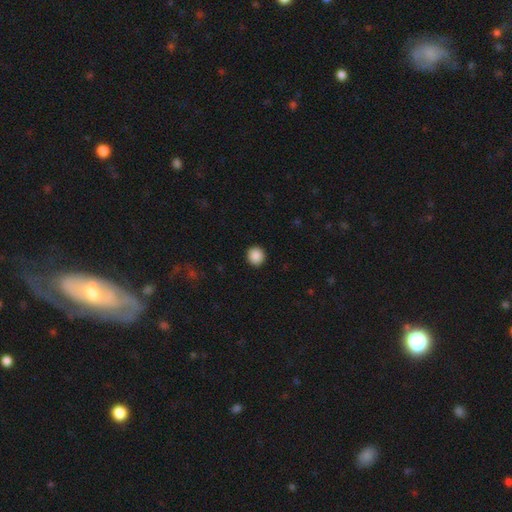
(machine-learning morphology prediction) type=smooth (89%); roundness=round (92%); merging=none (93%).